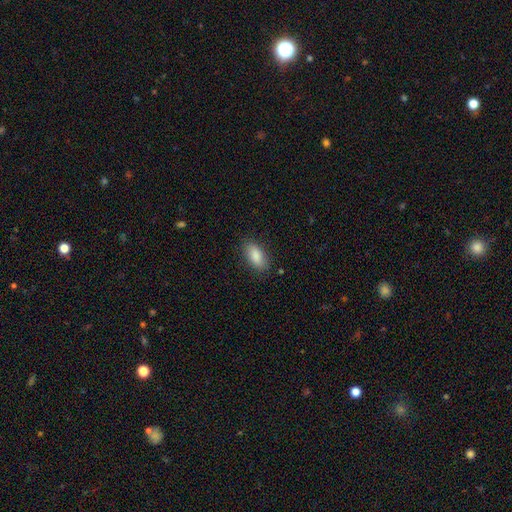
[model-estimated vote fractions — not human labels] This is clearly a smooth galaxy (87%). How rounded: clearly in between (88%). Merging: clearly none (85%).